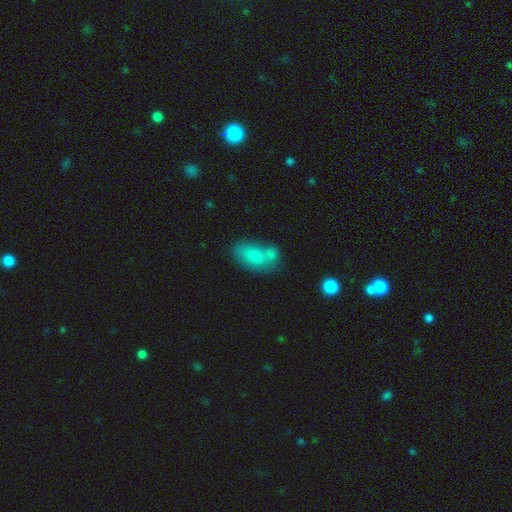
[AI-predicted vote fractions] Smooth or featured? smooth (73%)
How rounded? in between (88%)
Merging? none (40%)